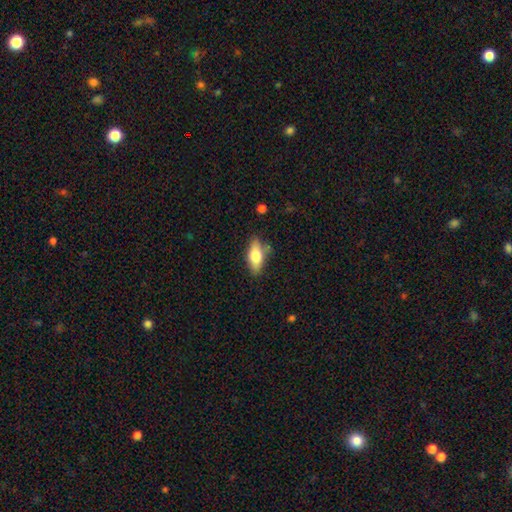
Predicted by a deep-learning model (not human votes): Smooth or featured: smooth — 69% (featured or disk — 25%)
How rounded: in between — 80% (cigar-shaped — 17%)
Merging: none — 73% (minor disturbance — 18%)